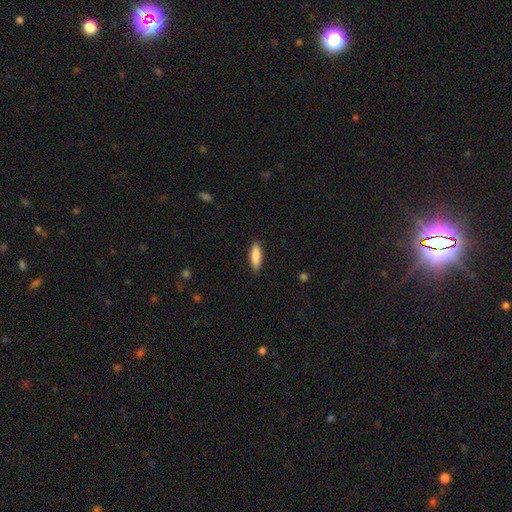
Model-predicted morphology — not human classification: smooth 86%, featured or disk 8%, star or artifact 6%. Down the decision tree: how rounded — cigar-shaped (52%); merging — none (88%).